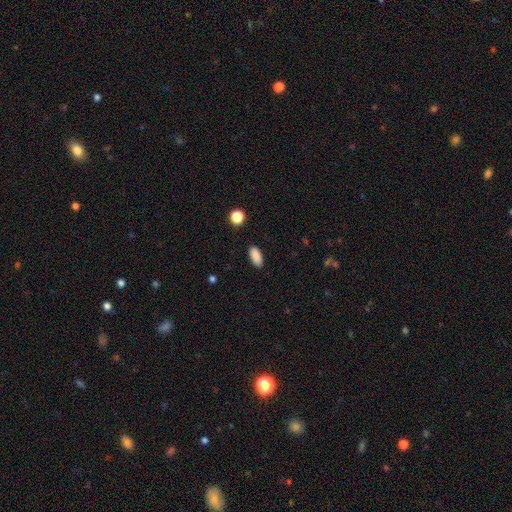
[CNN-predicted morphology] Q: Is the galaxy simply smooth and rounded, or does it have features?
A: smooth — 88%.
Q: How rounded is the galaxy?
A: in between — 90%.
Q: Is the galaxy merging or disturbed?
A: none — 87%.